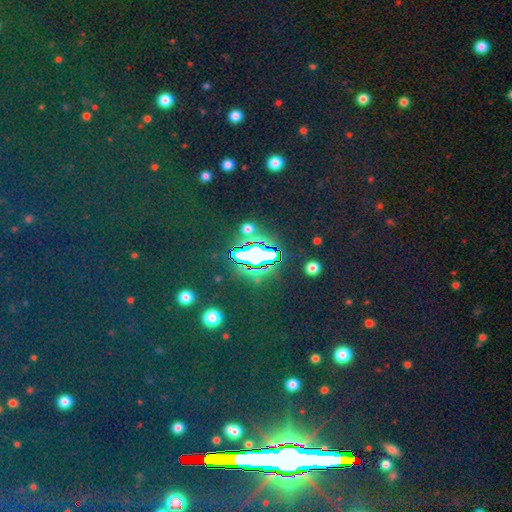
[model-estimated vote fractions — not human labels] The model was most divided on "smooth or featured": star or artifact: 70%, smooth: 19%, featured or disk: 11%.